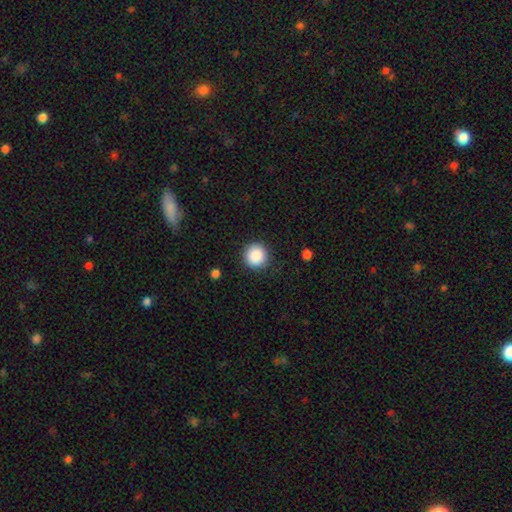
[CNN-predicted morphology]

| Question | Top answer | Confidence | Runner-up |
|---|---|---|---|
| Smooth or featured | smooth | 88% | star or artifact (9%) |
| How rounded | round | 95% | in between (4%) |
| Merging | none | 89% | minor disturbance (7%) |